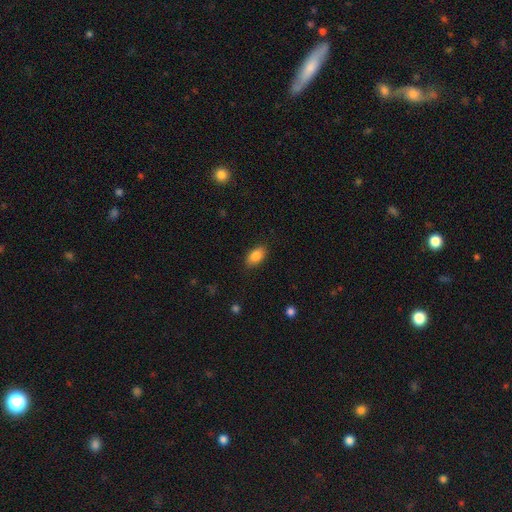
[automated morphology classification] A smooth galaxy with no disk features (85%) that is in between round and cigar-shaped (91%). Merging: none (86%).